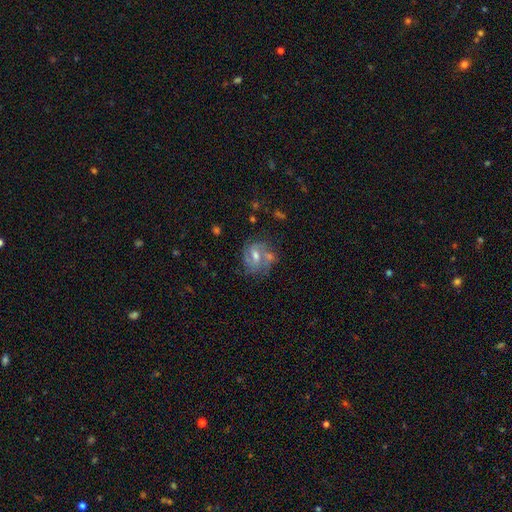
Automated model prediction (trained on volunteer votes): A featured or disk galaxy (66%) with a weak bar (50%), 2 (56%) medium (45%) spiral arms (82%) and a moderate central bulge (63%).

Vote fractions:
- Smooth or featured? featured or disk: 66% / smooth: 23% / star or artifact: 11%
- Edge-on disk? no: 97% / yes: 3%
- Bar? weak: 50% / no: 32% / strong: 18%
- Spiral arms? yes: 82% / no: 18%
- Spiral winding? medium: 45% / tight: 38% / loose: 17%
- Spiral arm count? 2: 56% / can't tell: 21% / 3: 11% / 1: 6% / 4: 3% / more than 4: 2%
- Bulge size? moderate: 63% / small: 27% / large: 6% / none: 3% / dominant: 1%
- Merging? none: 55% / merger: 19% / minor disturbance: 17% / major disturbance: 9%